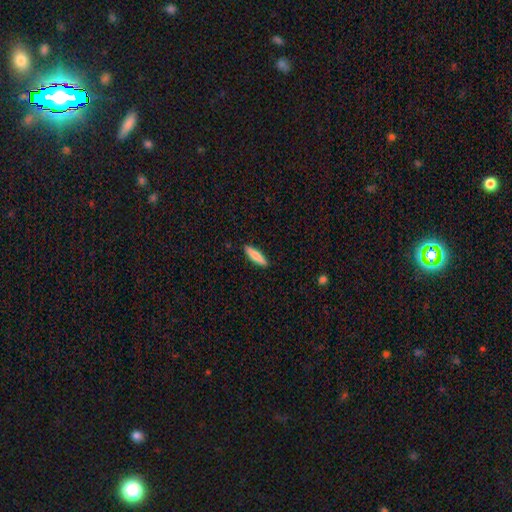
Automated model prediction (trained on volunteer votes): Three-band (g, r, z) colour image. It shows a smooth galaxy with no disk features (77%) that is cigar-shaped (75%). Merging: none (89%).